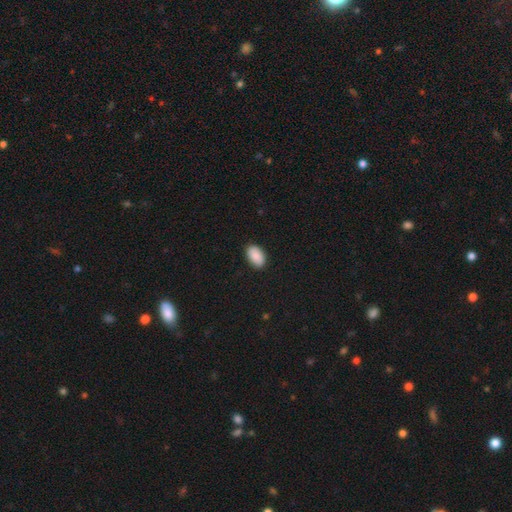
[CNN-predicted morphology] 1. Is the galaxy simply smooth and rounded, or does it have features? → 90% smooth, 6% star or artifact, 4% featured or disk.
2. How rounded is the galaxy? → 92% in between, 6% round, 1% cigar-shaped.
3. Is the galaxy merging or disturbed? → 88% none, 9% minor disturbance, 2% major disturbance, 1% merger.